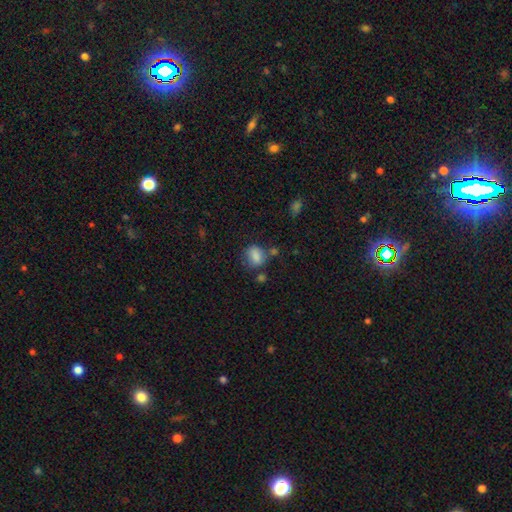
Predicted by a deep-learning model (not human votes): Morphology: type=smooth (80%); roundness=in between (56%); merging=none (54%).